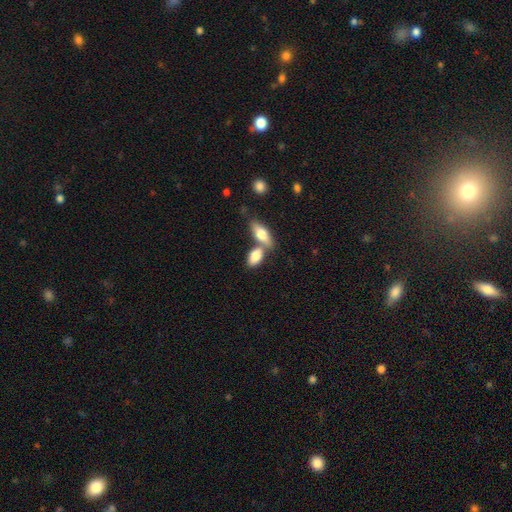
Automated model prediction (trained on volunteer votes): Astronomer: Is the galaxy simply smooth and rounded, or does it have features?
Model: smooth — 81%.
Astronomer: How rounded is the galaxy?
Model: in between — 88%.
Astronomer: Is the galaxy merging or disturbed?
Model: merger — 45% (runner-up: none, 42%).